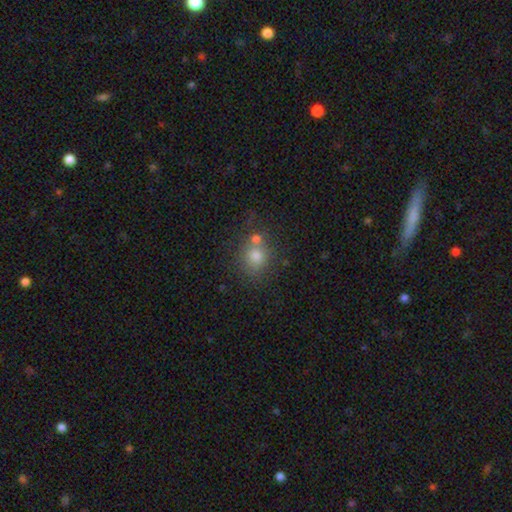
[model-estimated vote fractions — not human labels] A smooth galaxy with no disk features (74%) that is round (78%). Merging: none (58%).